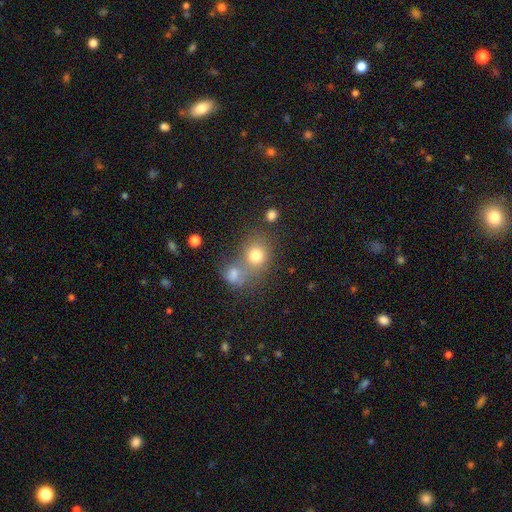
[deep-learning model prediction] Smooth or featured? Predicted: smooth (p=0.76). How rounded? Predicted: round (p=0.72). Merging? Predicted: none (p=0.47).